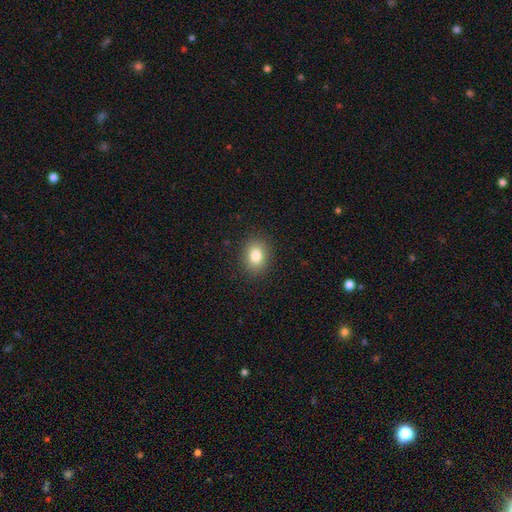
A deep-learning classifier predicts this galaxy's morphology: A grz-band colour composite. It shows a smooth galaxy with no disk features (82%) that is in between round and cigar-shaped (56%). Merging: none (89%).